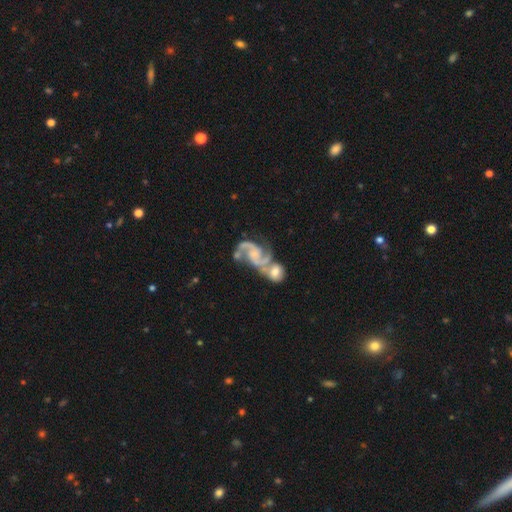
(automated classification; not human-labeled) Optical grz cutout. It shows a featured or disk galaxy (89%) with no bar (51%), 2 (85%) medium (51%) spiral arms (97%) and a small central bulge (49%). Merging: merger (54%).